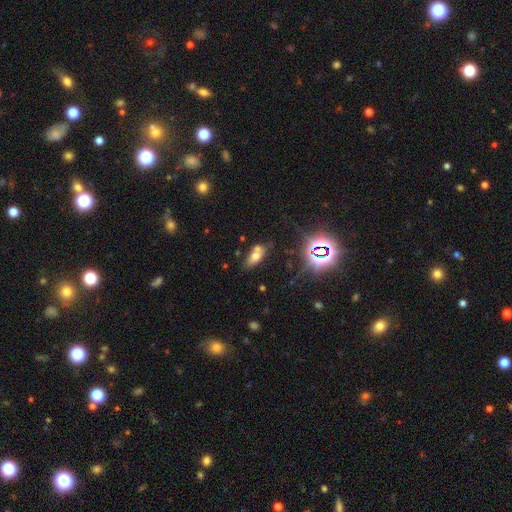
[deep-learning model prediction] Smooth or featured? Predicted: smooth (p=0.59). How rounded? Predicted: in between (p=0.82). Merging? Predicted: none (p=0.49).